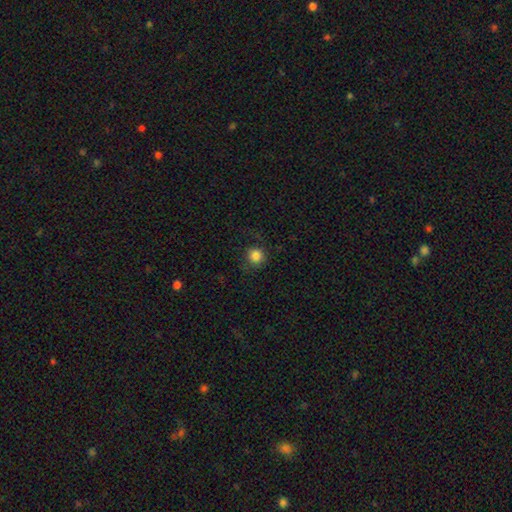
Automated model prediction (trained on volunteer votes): This appears to be a smooth galaxy with no disk features (84%) that is round (92%). Merging: none (78%).